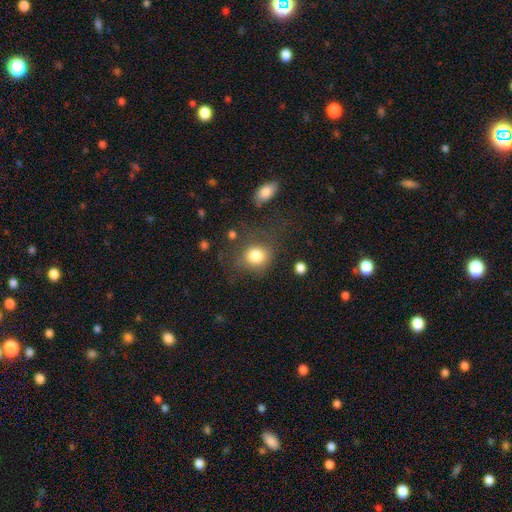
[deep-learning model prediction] Smooth or featured? smooth (82%)
How rounded? round (72%)
Merging? none (63%)